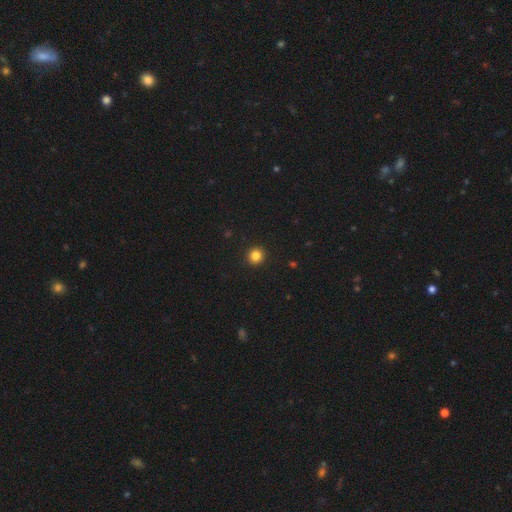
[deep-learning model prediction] A smooth galaxy with no disk features (85%) that is round (94%). Merging: none (93%).